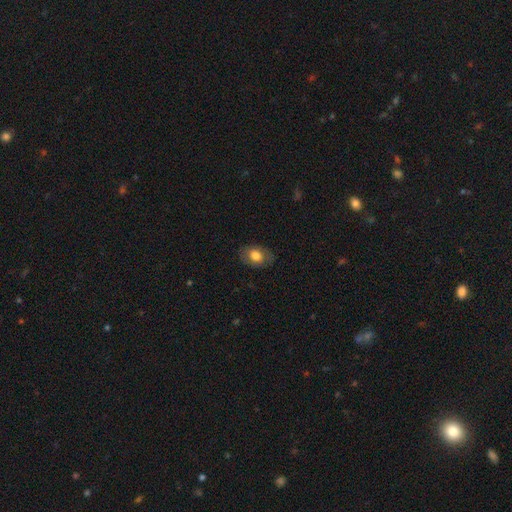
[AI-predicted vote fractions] smooth-or-featured: smooth: 72% | featured or disk: 20% | star or artifact: 7%
  how-rounded: in between: 80% | round: 19% | cigar-shaped: 1%
  merging: none: 82% | minor disturbance: 13% | major disturbance: 4% | merger: 1%